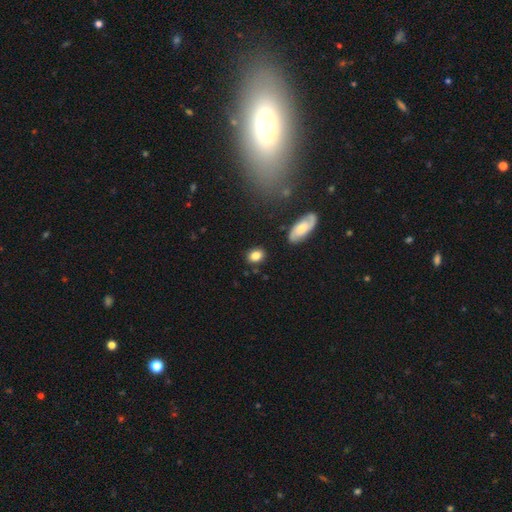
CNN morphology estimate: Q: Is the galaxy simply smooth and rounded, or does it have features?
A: smooth — 81%.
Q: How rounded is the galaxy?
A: in between — 61%.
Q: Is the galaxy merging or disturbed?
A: none — 83%.